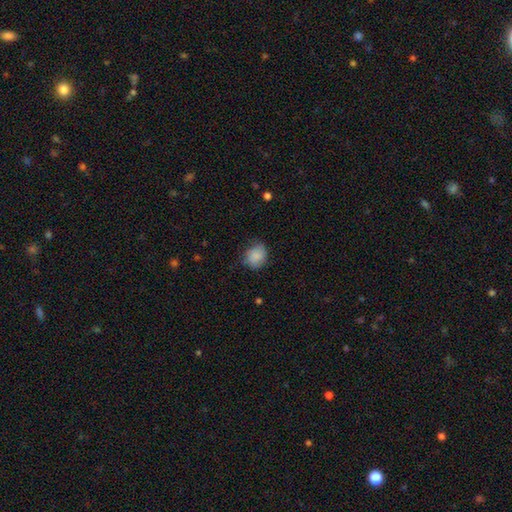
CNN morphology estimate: Smooth or featured? smooth (86%)
How rounded? round (57%)
Merging? none (70%)